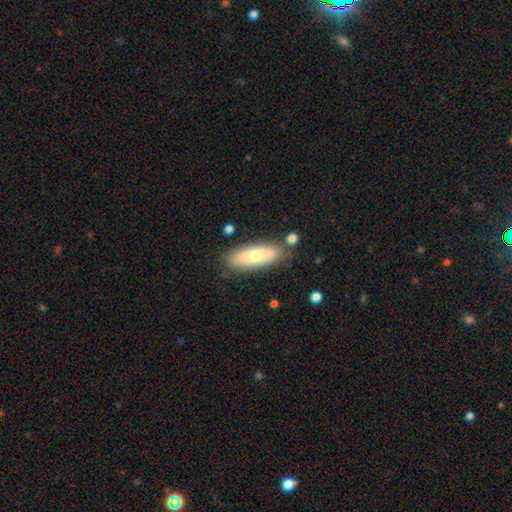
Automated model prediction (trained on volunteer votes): Overall: smooth (66%; featured or disk 28%). How rounded: in between (59%; cigar-shaped 38%). Merging: none (79%).